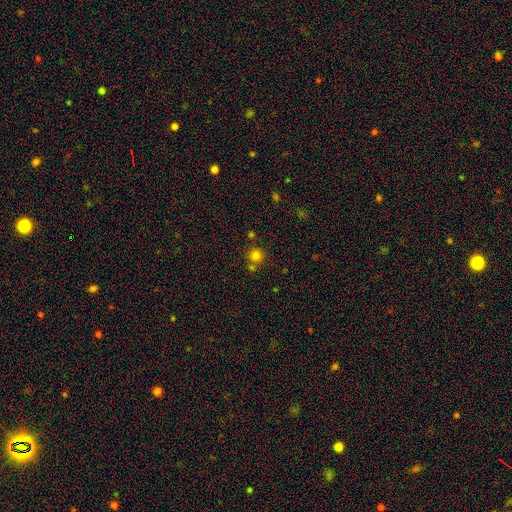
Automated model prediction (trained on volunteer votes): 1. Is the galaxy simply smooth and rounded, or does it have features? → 79% smooth, 15% star or artifact, 6% featured or disk.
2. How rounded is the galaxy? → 93% round, 6% in between, 1% cigar-shaped.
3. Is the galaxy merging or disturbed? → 71% none, 18% merger, 8% minor disturbance, 3% major disturbance.